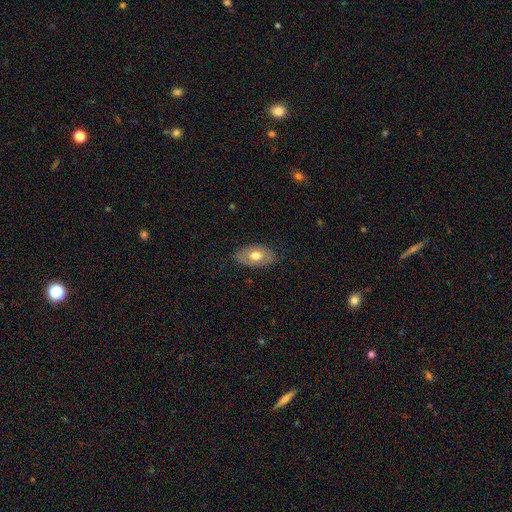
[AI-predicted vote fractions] A smooth galaxy with no disk features (56%) that is in between round and cigar-shaped (91%). Merging: none (78%).